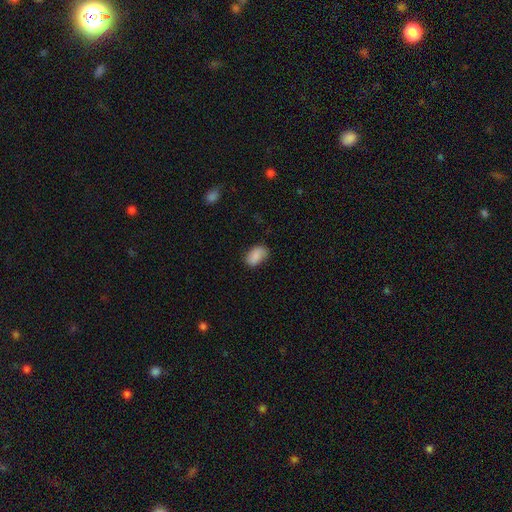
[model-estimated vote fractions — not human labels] Smooth or featured? Predicted: smooth (p=0.86). How rounded? Predicted: in between (p=0.89). Merging? Predicted: none (p=0.76).